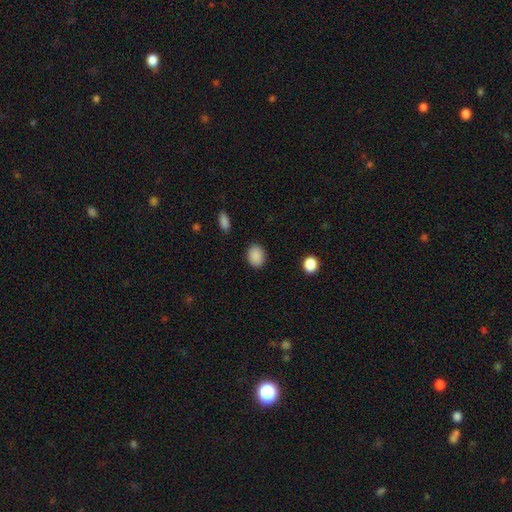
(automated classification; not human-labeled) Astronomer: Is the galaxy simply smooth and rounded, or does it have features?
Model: smooth — 89%.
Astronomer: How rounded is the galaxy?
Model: in between — 63%.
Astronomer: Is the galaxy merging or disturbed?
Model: none — 88%.